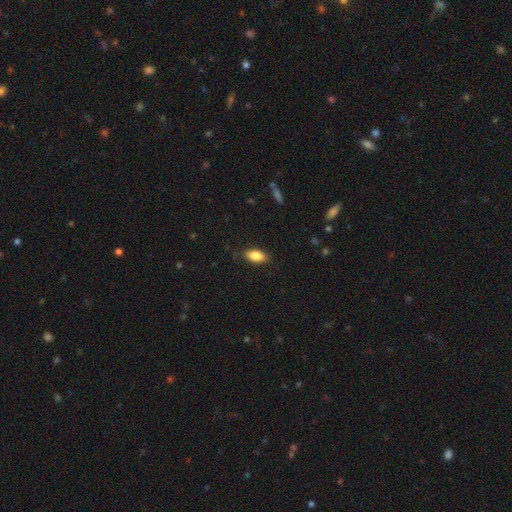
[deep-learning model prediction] A smooth galaxy with no disk features (85%) that is in between round and cigar-shaped (89%).

Vote fractions:
- Smooth or featured? smooth: 85% / featured or disk: 8% / star or artifact: 7%
- How rounded? in between: 89% / cigar-shaped: 7% / round: 4%
- Merging? none: 83% / minor disturbance: 13% / major disturbance: 3% / merger: 1%